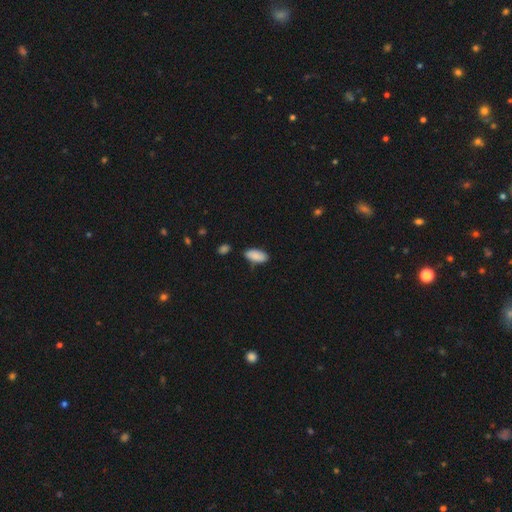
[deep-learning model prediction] smooth 88%, star or artifact 6%, featured or disk 5%. Down the decision tree: how rounded — in between (90%); merging — none (79%).